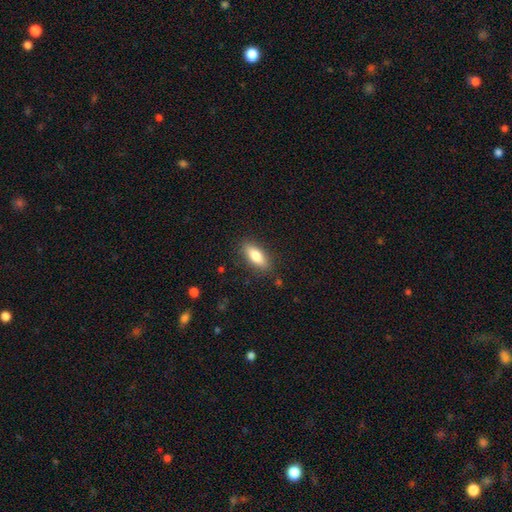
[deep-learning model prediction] This is likely a smooth galaxy (79%). How rounded: likely in between (74%). Merging: clearly none (86%).